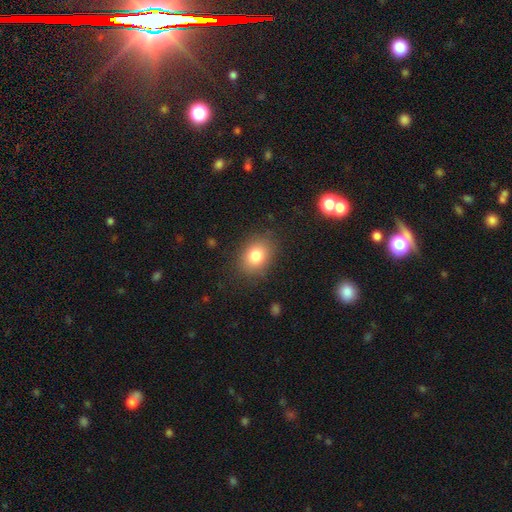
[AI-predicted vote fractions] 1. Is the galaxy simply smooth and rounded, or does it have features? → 81% smooth, 10% star or artifact, 9% featured or disk.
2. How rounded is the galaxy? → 61% in between, 38% round, 1% cigar-shaped.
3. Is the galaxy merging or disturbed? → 85% none, 11% minor disturbance, 4% major disturbance, 1% merger.